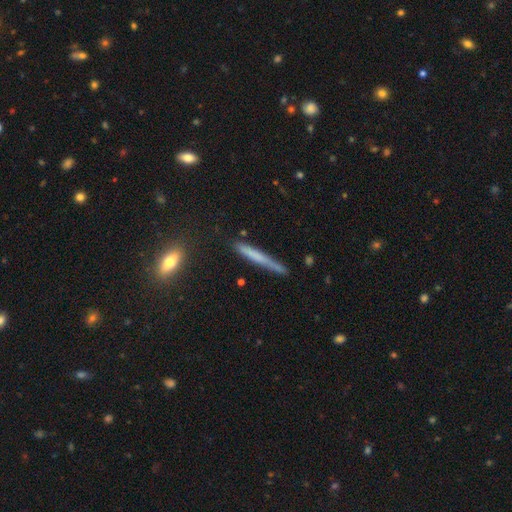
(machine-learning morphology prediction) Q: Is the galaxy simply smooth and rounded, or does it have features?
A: smooth — 56%.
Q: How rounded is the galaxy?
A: cigar-shaped — 96%.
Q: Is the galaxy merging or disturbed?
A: none — 78%.